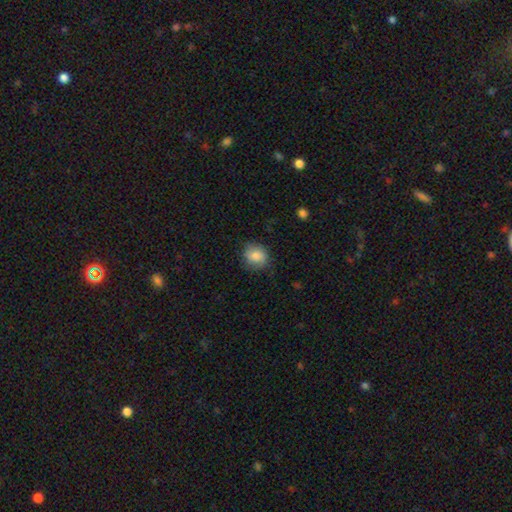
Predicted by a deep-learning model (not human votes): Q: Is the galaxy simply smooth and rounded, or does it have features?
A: smooth — 82%.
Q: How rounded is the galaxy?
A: round — 76%.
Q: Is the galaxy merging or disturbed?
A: none — 79%.